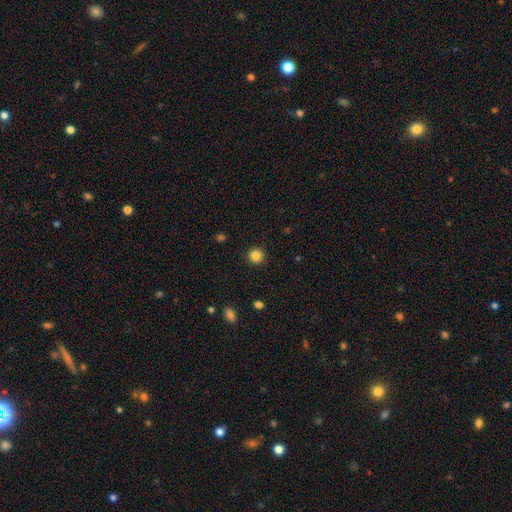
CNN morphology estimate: Smooth or featured? Predicted: smooth (p=0.84). How rounded? Predicted: round (p=0.94). Merging? Predicted: none (p=0.92).